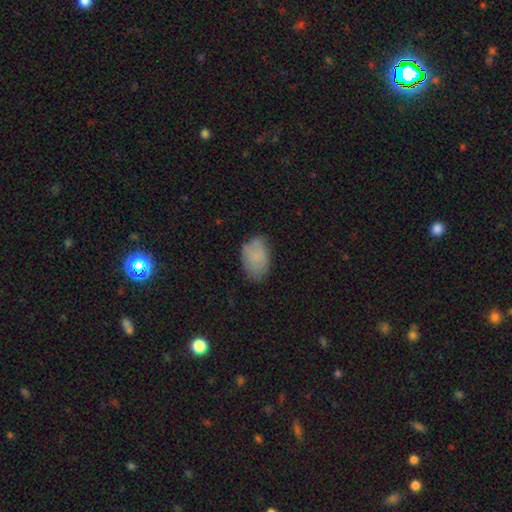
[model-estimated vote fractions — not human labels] Morphology: type=smooth (80%); roundness=in between (90%); merging=none (59%).